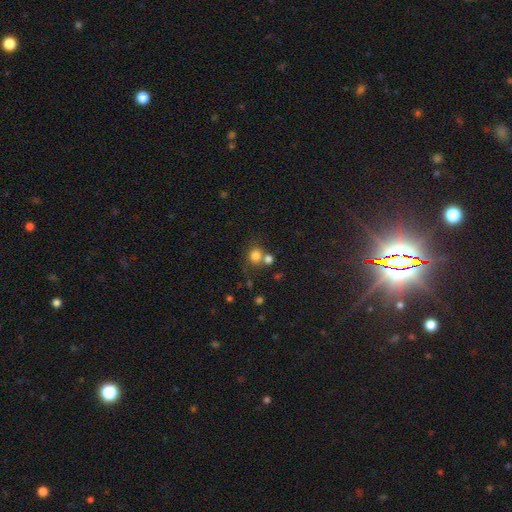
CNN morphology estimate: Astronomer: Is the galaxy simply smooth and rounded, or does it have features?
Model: smooth — 78%.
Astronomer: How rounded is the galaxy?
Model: round — 82%.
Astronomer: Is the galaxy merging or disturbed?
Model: none — 54% (runner-up: merger, 32%).